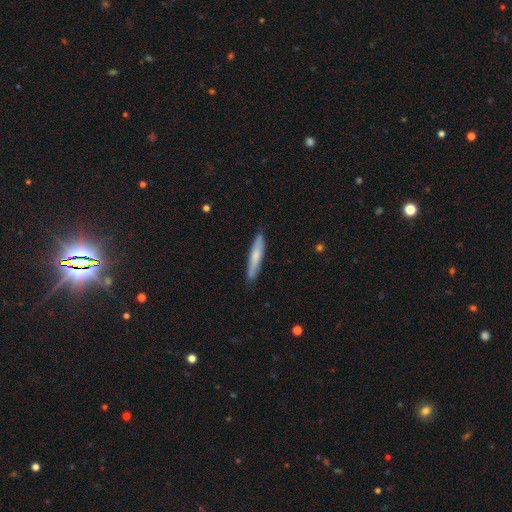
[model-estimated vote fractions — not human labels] Morphology: type=smooth (67%); roundness=cigar-shaped (91%); merging=none (86%).